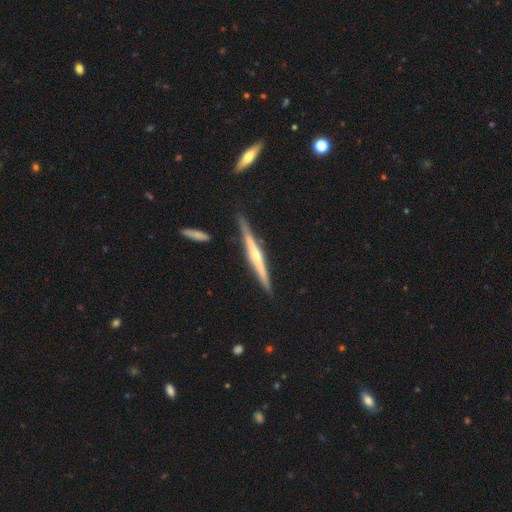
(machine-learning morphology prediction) Q: Smooth or featured?
A: featured or disk (76%); runner-up: smooth (19%)
Q: Edge-on disk?
A: yes (98%); runner-up: no (2%)
Q: Edge-on bulge?
A: rounded (74%); runner-up: none (19%)
Q: Merging?
A: none (86%); runner-up: minor disturbance (10%)